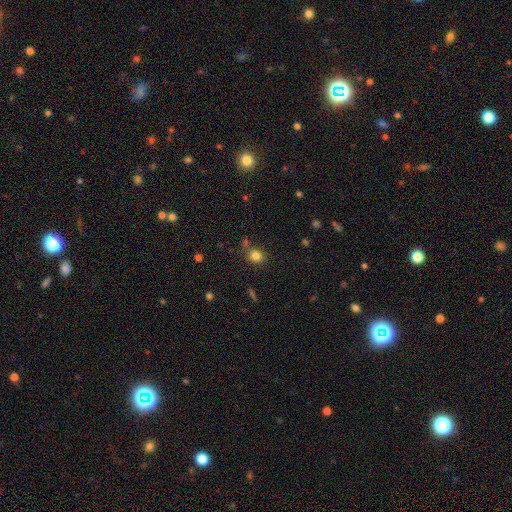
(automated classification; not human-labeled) smooth_or_featured: smooth (p=0.81) [alt: star or artifact p=0.13]
how_rounded: round (p=0.76) [alt: in between p=0.23]
merging: none (p=0.72) [alt: minor disturbance p=0.13]